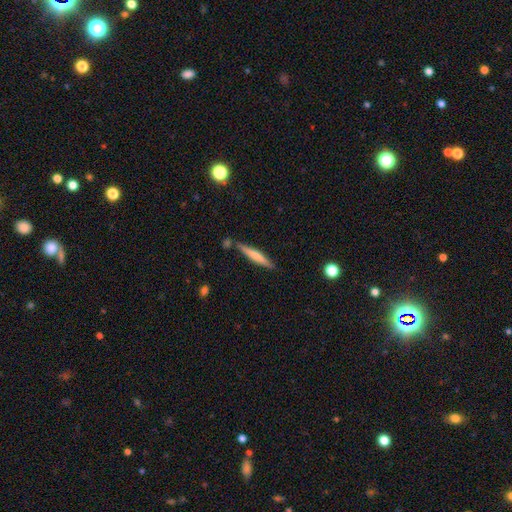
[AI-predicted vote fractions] Smooth or featured?
  - smooth: 56% *
  - featured or disk: 38%
  - star or artifact: 6%
How rounded?
  - cigar-shaped: 93% *
  - in between: 5%
  - round: 1%
Merging?
  - none: 81% *
  - minor disturbance: 11%
  - merger: 5%
  - major disturbance: 2%